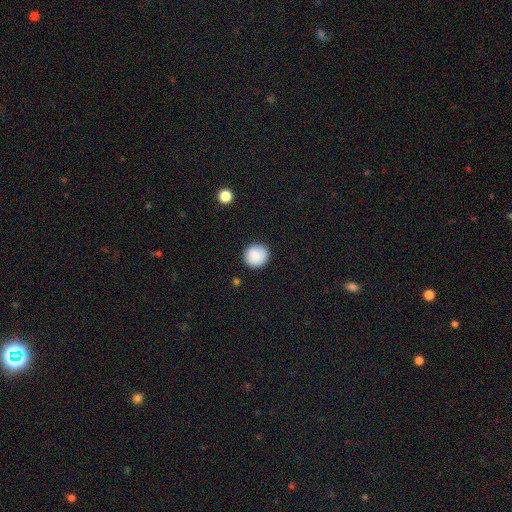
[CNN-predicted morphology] Smooth or featured? smooth (89%)
How rounded? round (93%)
Merging? none (90%)